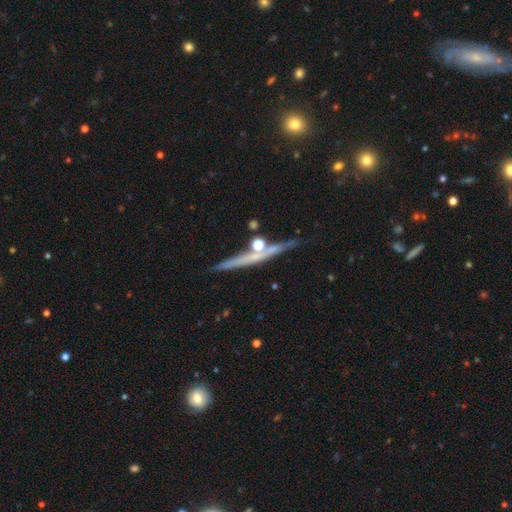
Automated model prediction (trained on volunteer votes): This is likely a featured or disk galaxy (67%). It is clearly viewed edge-on (96%). Edge-on bulge: possibly none (48%). Merging: clearly none (81%).